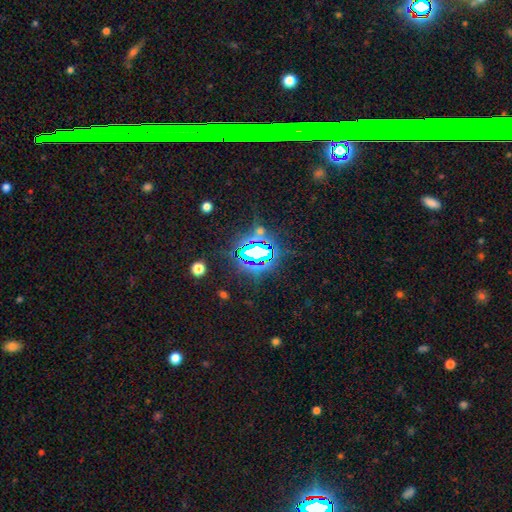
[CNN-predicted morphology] Overall: star or artifact (74%).